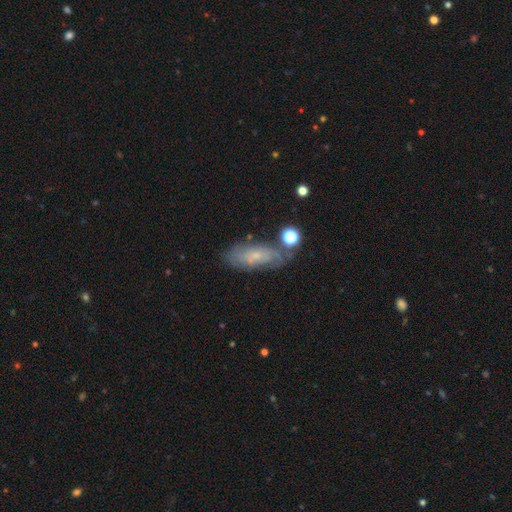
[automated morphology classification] Smooth or featured? Predicted: smooth (p=0.49). Merging? Predicted: none (p=0.63).